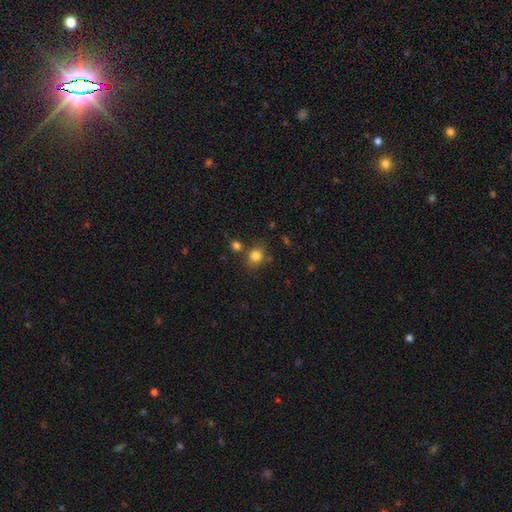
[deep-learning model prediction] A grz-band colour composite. It shows a smooth galaxy with no disk features (82%) that is round (65%). Merging: none (72%).